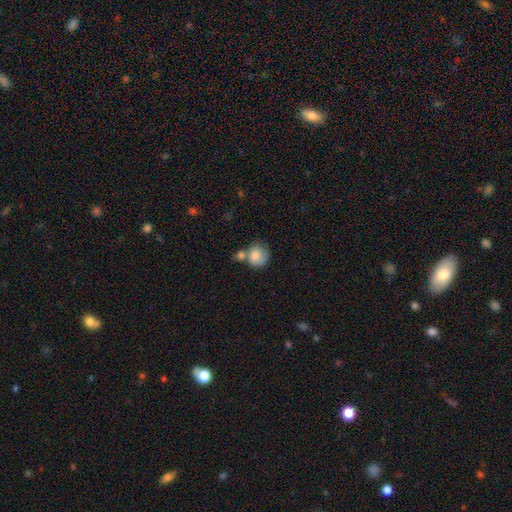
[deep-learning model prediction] Smooth or featured: smooth — 81% (featured or disk — 12%)
How rounded: round — 80% (in between — 19%)
Merging: none — 39% (merger — 37%)